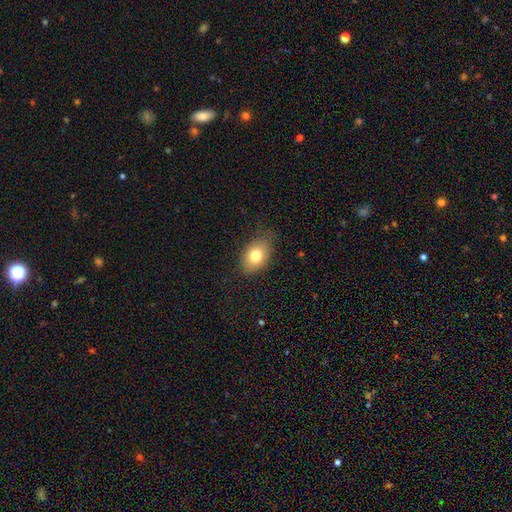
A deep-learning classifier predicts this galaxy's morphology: This appears to be a smooth galaxy with no disk features (77%) that is in between round and cigar-shaped (81%). Merging: none (76%).